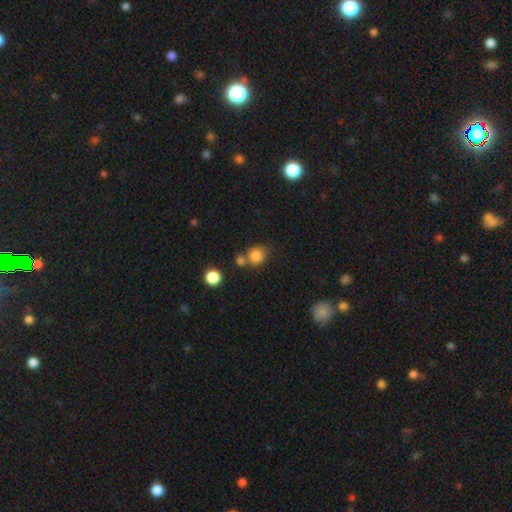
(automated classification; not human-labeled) smooth_or_featured: smooth (p=0.83) [alt: star or artifact p=0.11]
how_rounded: round (p=0.80) [alt: in between p=0.19]
merging: none (p=0.56) [alt: merger p=0.29]